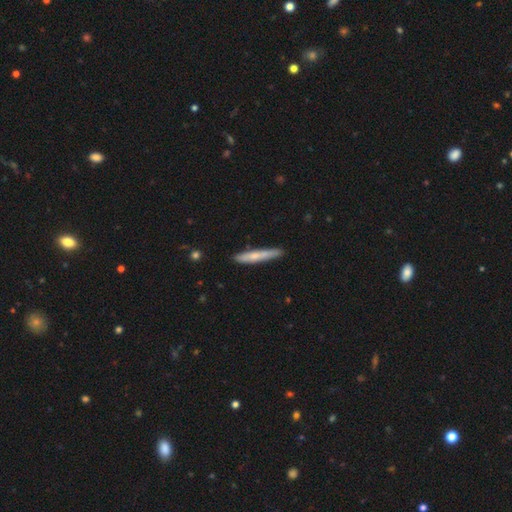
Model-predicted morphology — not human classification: Smooth or featured? smooth (65%)
How rounded? cigar-shaped (94%)
Merging? none (87%)